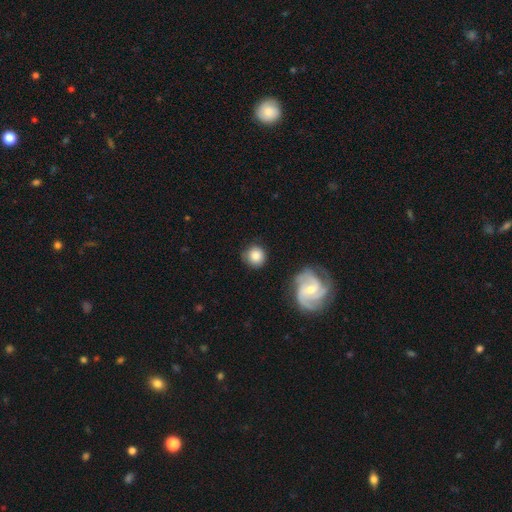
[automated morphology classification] The model was most divided on "smooth or featured": smooth: 77%, featured or disk: 16%, star or artifact: 8%. More confident: how rounded — round (90%); merging — none (78%).